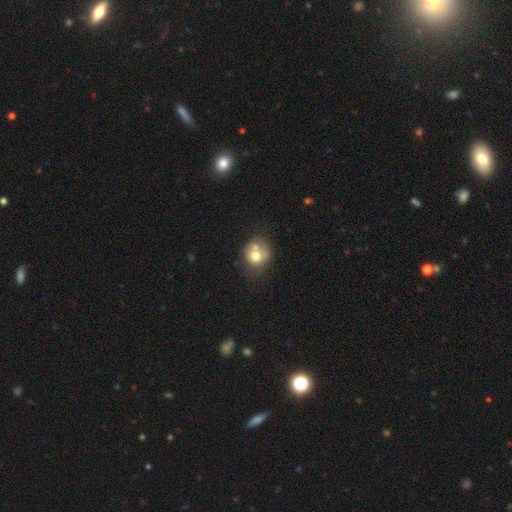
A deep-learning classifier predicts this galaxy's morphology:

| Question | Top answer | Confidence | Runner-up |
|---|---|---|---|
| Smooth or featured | smooth | 69% | featured or disk (22%) |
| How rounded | round | 71% | in between (28%) |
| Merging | merger | 40% | none (36%) |